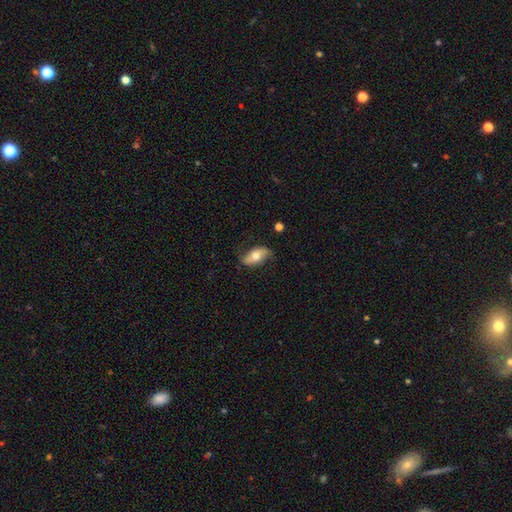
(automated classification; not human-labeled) Smooth or featured?
  - smooth: 51% *
  - featured or disk: 42%
  - star or artifact: 7%
How rounded?
  - in between: 87% *
  - cigar-shaped: 8%
  - round: 5%
Merging?
  - none: 70% *
  - minor disturbance: 22%
  - major disturbance: 7%
  - merger: 1%